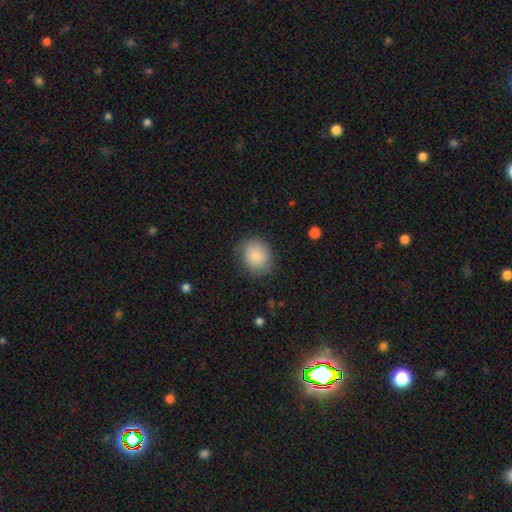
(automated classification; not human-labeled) A smooth galaxy with no disk features (85%) that is round (66%). Merging: none (80%).